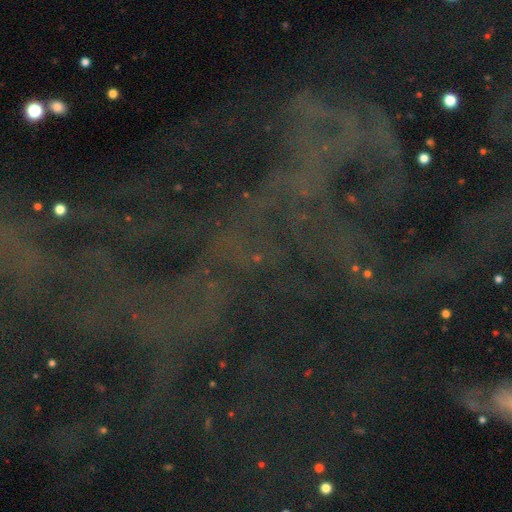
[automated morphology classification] This appears to be a star or artifact, not a galaxy (79%).